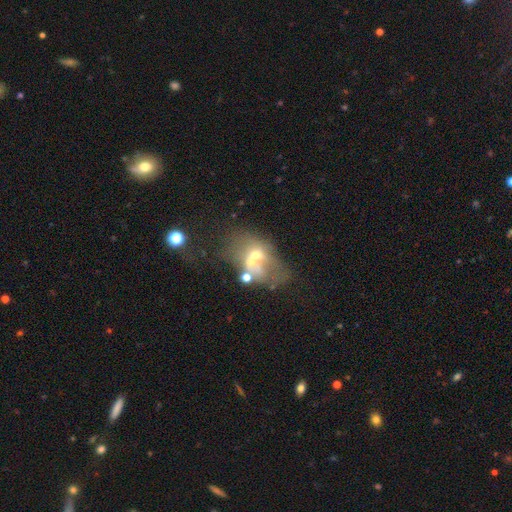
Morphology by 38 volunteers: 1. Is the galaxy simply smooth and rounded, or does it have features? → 55% smooth, 45% featured or disk, 0% star or artifact.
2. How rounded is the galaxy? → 81% in between, 19% round, 0% cigar-shaped.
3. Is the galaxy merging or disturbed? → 68% merger, 13% none, 13% major disturbance, 5% minor disturbance.